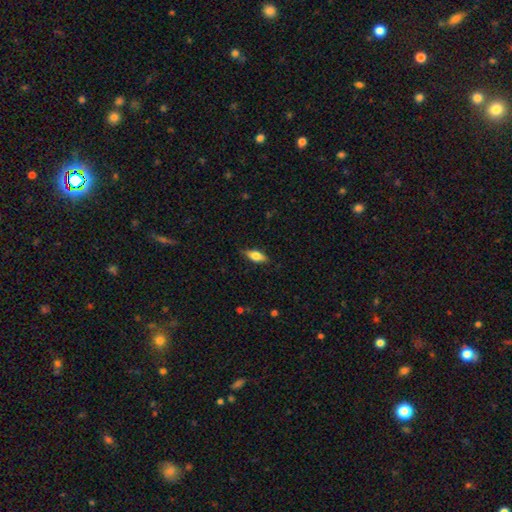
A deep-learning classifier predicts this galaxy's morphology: Q: Smooth or featured?
A: smooth (63%); runner-up: featured or disk (30%)
Q: How rounded?
A: in between (70%); runner-up: cigar-shaped (26%)
Q: Merging?
A: none (85%); runner-up: minor disturbance (12%)